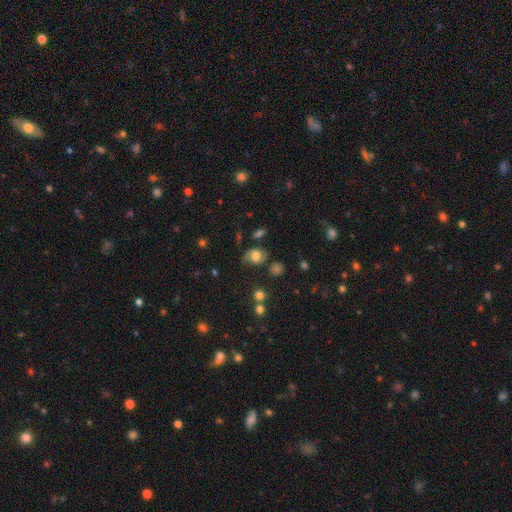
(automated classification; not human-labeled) Smooth or featured?
  - smooth: 62% *
  - featured or disk: 26%
  - star or artifact: 11%
How rounded?
  - in between: 61% *
  - round: 37%
  - cigar-shaped: 2%
Merging?
  - none: 58% *
  - minor disturbance: 27%
  - major disturbance: 11%
  - merger: 4%